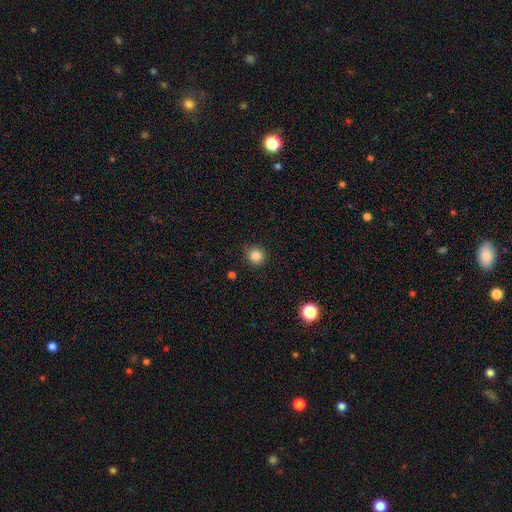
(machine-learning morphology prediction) A smooth galaxy with no disk features (84%) that is round (91%). Merging: none (82%).